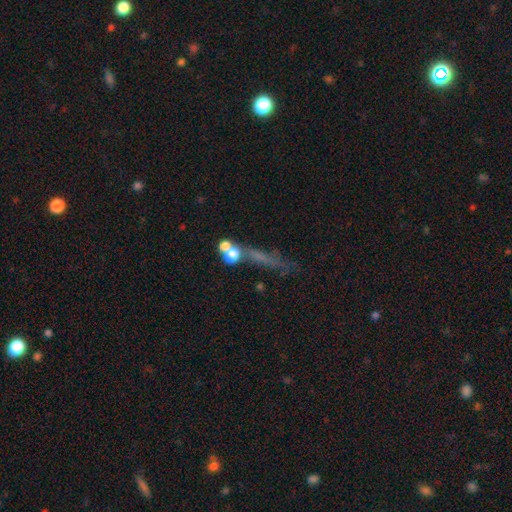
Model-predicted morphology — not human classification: Q: Smooth or featured?
A: smooth (36%); tied with: featured or disk (36%)
Q: Merging?
A: none (63%); runner-up: minor disturbance (14%)